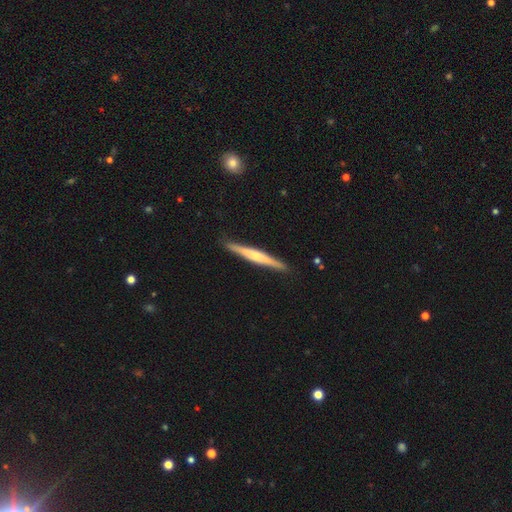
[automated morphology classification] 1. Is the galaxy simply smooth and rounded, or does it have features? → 64% featured or disk, 31% smooth, 5% star or artifact.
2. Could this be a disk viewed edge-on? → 97% yes, 3% no.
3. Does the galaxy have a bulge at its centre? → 69% rounded, 21% none, 10% boxy.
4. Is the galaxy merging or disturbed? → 90% none, 8% minor disturbance, 1% major disturbance, 1% merger.